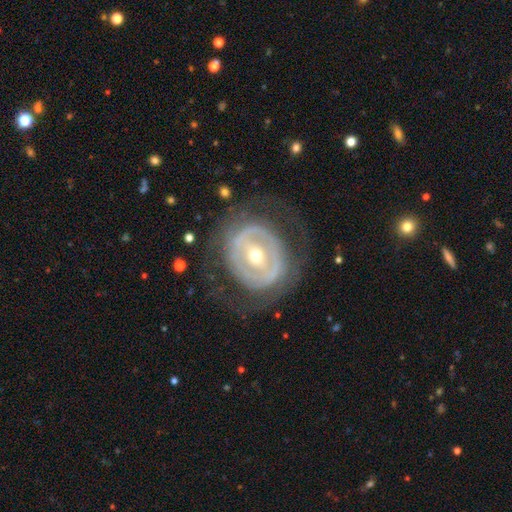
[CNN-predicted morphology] Overall: featured or disk (78%). Edge-on disk: no (95%). Bar: strong (39%; weak 32%). Spiral arms: no (56%; yes 44%). Bulge size: small (55%; moderate 42%). Merging: none (66%).